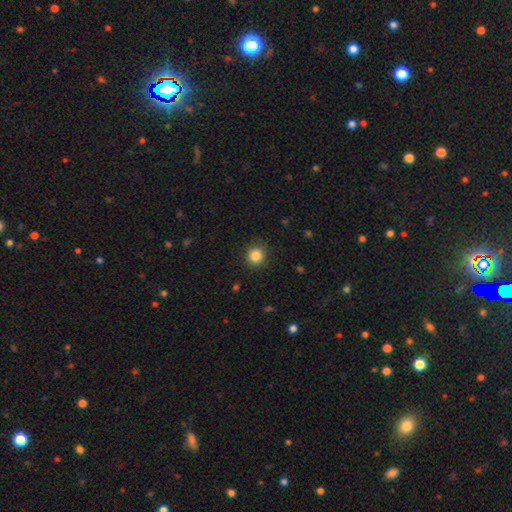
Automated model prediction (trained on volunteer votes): Morphology: type=smooth (85%); roundness=round (93%); merging=none (89%).